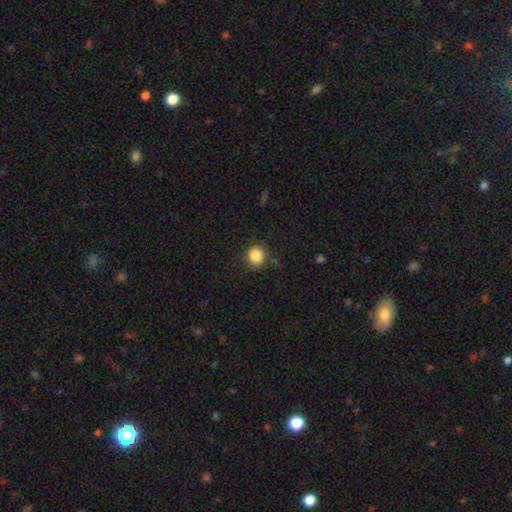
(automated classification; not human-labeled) This appears to be a smooth galaxy with no disk features (86%) that is round (88%). Merging: none (83%).